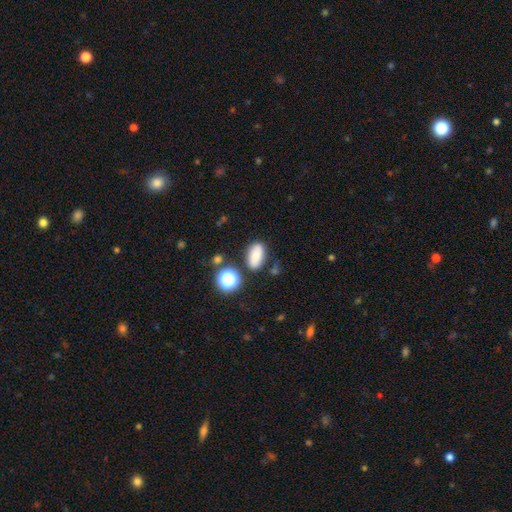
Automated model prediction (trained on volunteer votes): This appears to be a smooth galaxy with no disk features (80%) that is in between round and cigar-shaped (87%). Merging: none (76%).